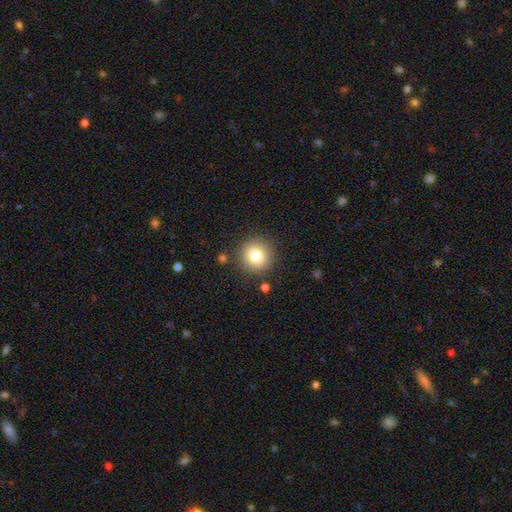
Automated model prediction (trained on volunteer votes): Smooth or featured?
  - smooth: 80% *
  - star or artifact: 11%
  - featured or disk: 9%
How rounded?
  - round: 94% *
  - in between: 5%
  - cigar-shaped: 1%
Merging?
  - none: 87% *
  - minor disturbance: 8%
  - major disturbance: 3%
  - merger: 2%